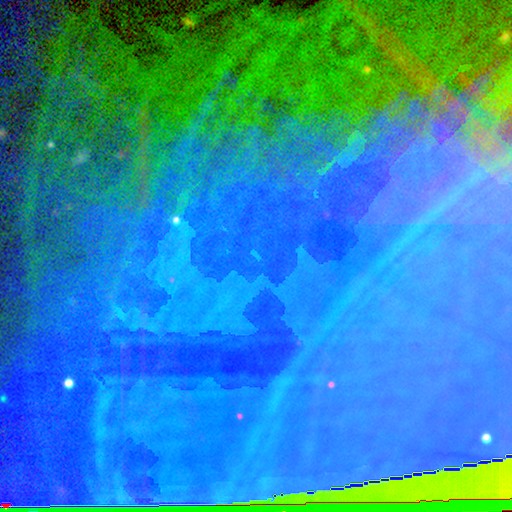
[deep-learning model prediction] A star or artifact, not a galaxy (78%).

Vote fractions:
- Smooth or featured? star or artifact: 78% / featured or disk: 12% / smooth: 9%